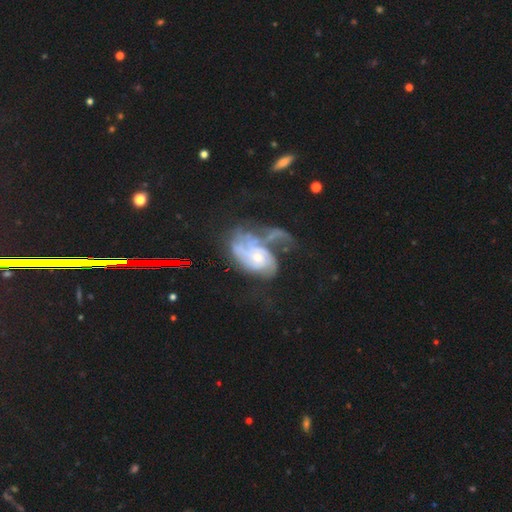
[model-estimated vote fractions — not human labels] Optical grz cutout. It shows a featured or disk galaxy (76%) with no bar (74%), tight (37%) spiral arms (80%) and a small central bulge (55%). Merging: major disturbance (49%).